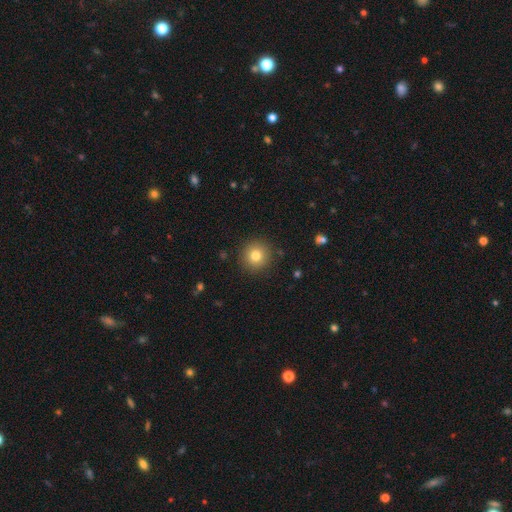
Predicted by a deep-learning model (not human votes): A smooth galaxy with no disk features (79%) that is round (94%).

Vote fractions:
- Smooth or featured? smooth: 79% / star or artifact: 12% / featured or disk: 9%
- How rounded? round: 94% / in between: 5% / cigar-shaped: 1%
- Merging? none: 90% / minor disturbance: 6% / major disturbance: 2% / merger: 1%